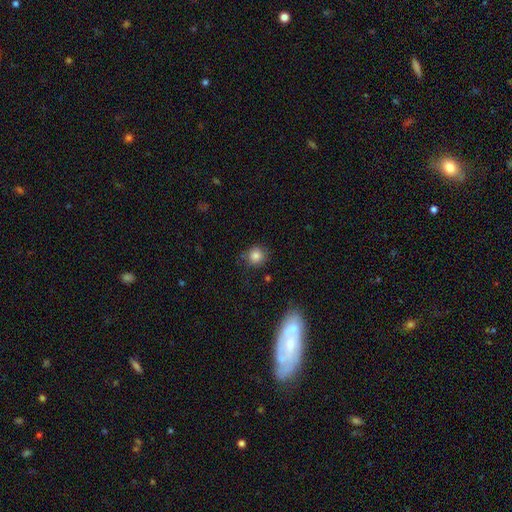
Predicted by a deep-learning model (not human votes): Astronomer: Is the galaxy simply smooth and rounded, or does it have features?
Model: smooth — 83%.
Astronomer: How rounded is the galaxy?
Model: round — 90%.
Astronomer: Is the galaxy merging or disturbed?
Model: none — 81%.